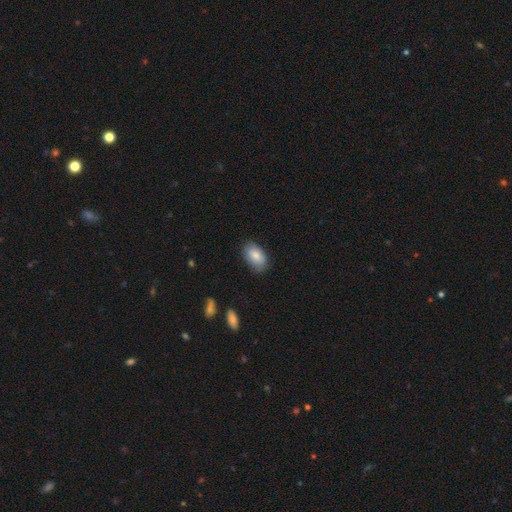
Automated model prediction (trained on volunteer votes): smooth 81%, featured or disk 12%, star or artifact 7%. Down the decision tree: how rounded — in between (92%); merging — none (78%).